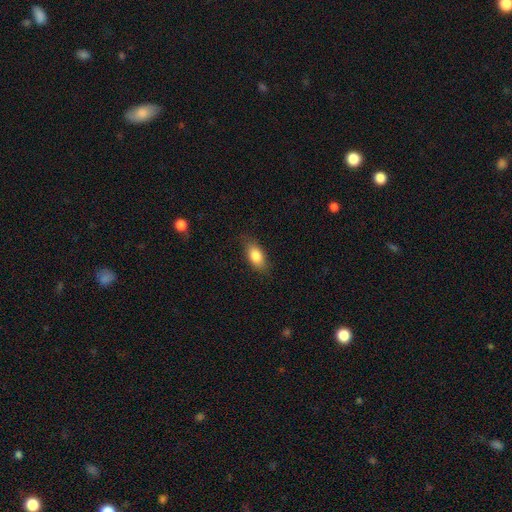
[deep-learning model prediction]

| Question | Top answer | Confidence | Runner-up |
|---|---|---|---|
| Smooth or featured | smooth | 83% | featured or disk (10%) |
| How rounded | in between | 88% | cigar-shaped (7%) |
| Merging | none | 79% | minor disturbance (16%) |